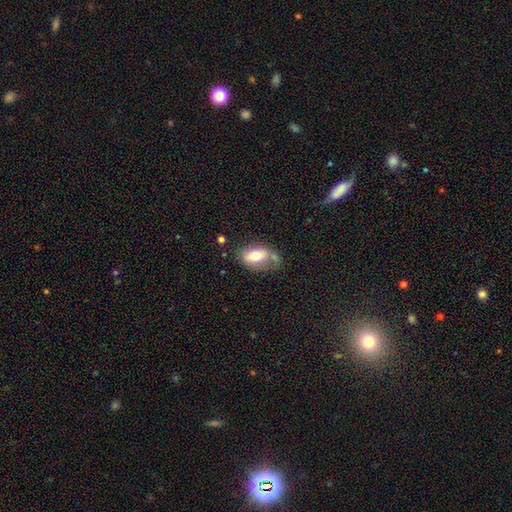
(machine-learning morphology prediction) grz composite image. It shows a smooth galaxy with no disk features (70%) that is in between round and cigar-shaped (88%). Merging: none (44%).